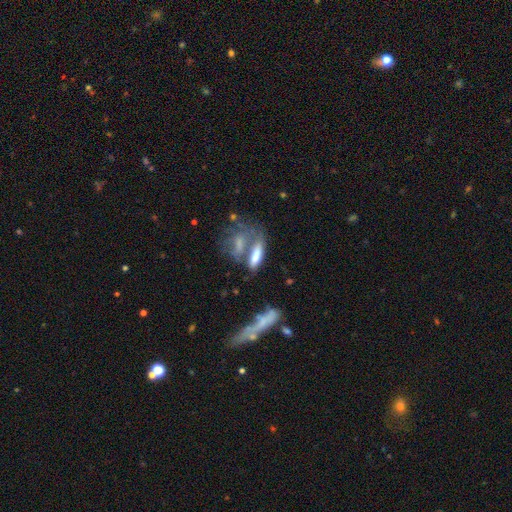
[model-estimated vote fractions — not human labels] This is likely a smooth galaxy (66%). How rounded: possibly cigar-shaped (51%). Merging: marginally merger (44%).